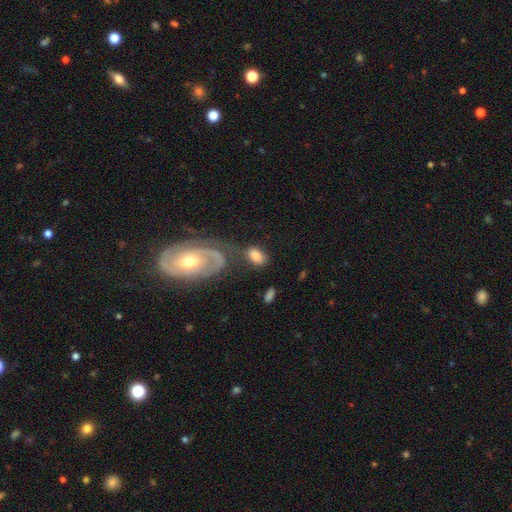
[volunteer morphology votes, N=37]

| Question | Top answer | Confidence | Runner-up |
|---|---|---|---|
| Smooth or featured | smooth | 65% | featured or disk (30%) |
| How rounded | in between | 92% | round (8%) |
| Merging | none | 34% | merger (29%) |